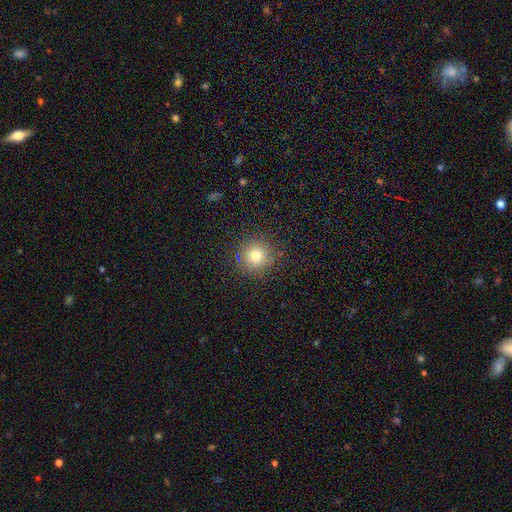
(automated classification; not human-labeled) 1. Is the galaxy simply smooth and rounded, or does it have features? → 76% smooth, 16% star or artifact, 8% featured or disk.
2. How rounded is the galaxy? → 94% round, 5% in between, 1% cigar-shaped.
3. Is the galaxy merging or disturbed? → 87% none, 8% minor disturbance, 3% major disturbance, 1% merger.